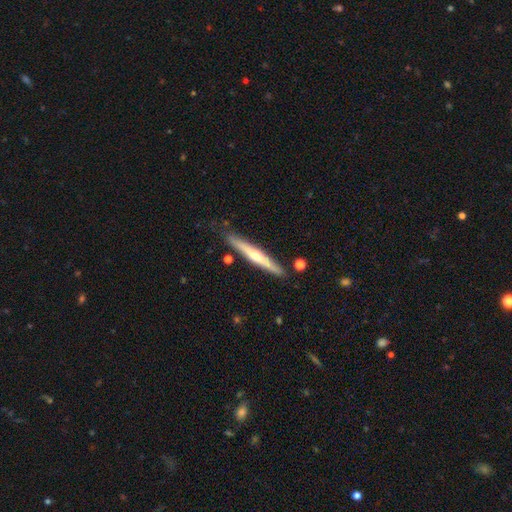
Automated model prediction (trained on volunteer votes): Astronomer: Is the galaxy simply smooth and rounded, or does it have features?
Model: featured or disk — 60% (runner-up: smooth, 35%).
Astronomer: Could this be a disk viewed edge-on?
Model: yes — 96%.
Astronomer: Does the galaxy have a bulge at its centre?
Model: rounded — 76%.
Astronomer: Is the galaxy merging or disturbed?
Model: none — 84%.